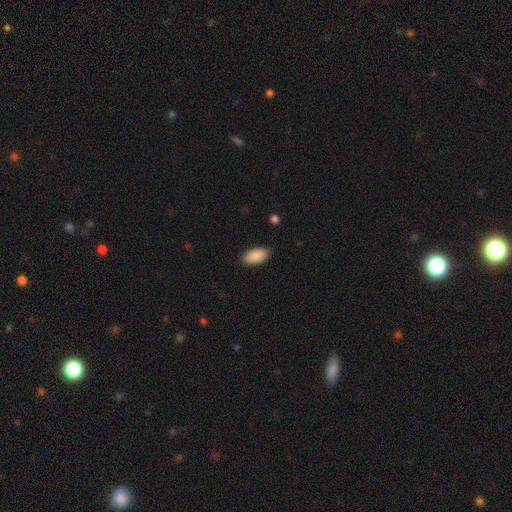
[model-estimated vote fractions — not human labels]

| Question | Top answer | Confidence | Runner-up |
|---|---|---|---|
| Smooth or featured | smooth | 90% | star or artifact (6%) |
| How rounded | in between | 94% | cigar-shaped (3%) |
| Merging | none | 88% | minor disturbance (9%) |